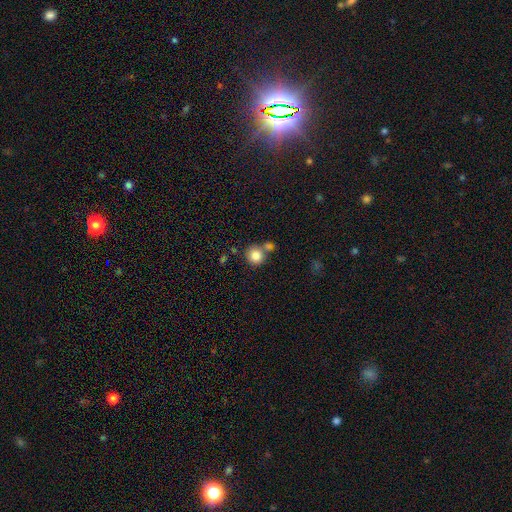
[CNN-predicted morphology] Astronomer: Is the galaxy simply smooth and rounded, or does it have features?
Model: smooth — 84%.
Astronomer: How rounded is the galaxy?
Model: round — 90%.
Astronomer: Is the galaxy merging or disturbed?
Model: none — 60%.